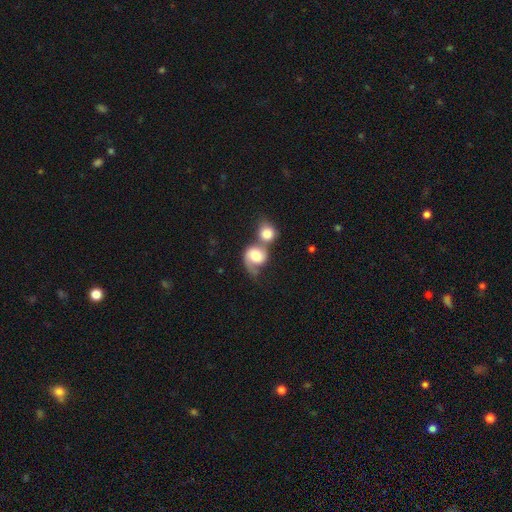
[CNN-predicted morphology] Smooth or featured: smooth — 47% (featured or disk — 46%)
Merging: merger — 65% (none — 15%)